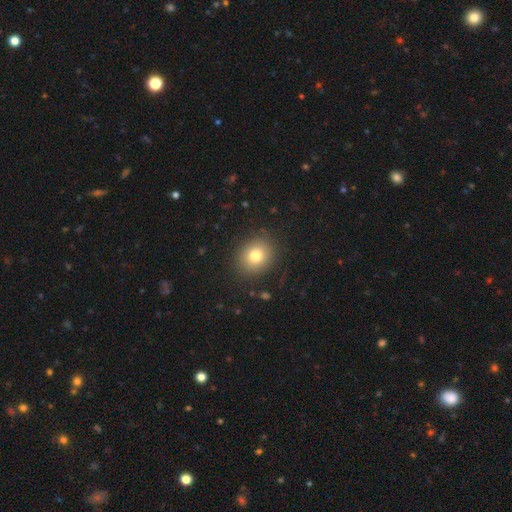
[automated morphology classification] This is likely a smooth galaxy (78%). How rounded: likely round (73%). Merging: clearly none (88%).